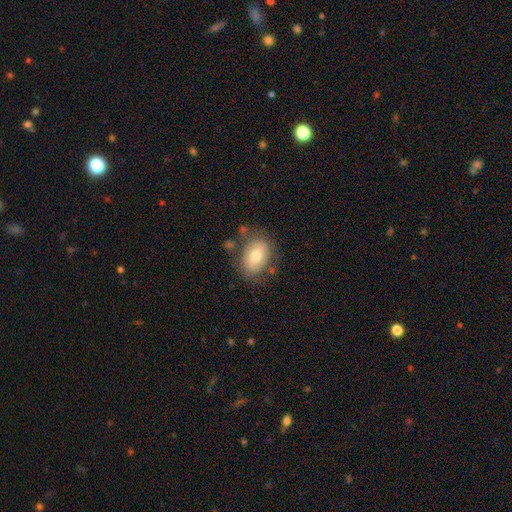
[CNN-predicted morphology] A smooth galaxy with no disk features (71%) that is in between round and cigar-shaped (75%). Merging: none (70%).